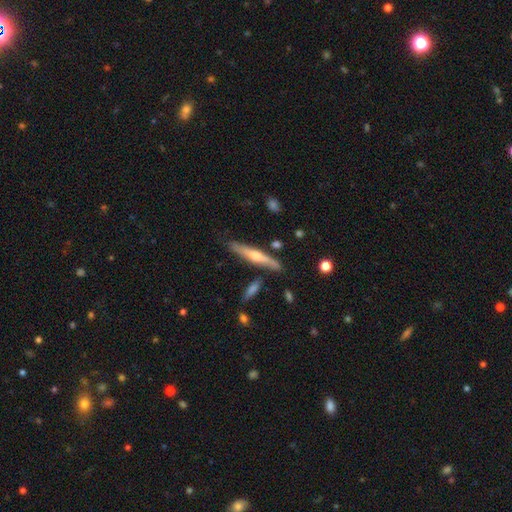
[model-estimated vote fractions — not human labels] This is possibly a featured or disk galaxy (59%). It is clearly viewed edge-on (94%). Edge-on bulge: clearly rounded (81%). Merging: likely none (78%).